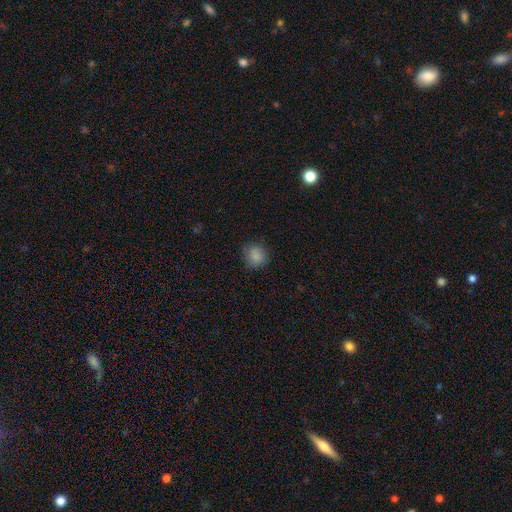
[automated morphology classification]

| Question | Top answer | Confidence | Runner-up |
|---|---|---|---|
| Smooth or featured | smooth | 85% | star or artifact (10%) |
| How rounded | round | 81% | in between (18%) |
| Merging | none | 79% | minor disturbance (16%) |